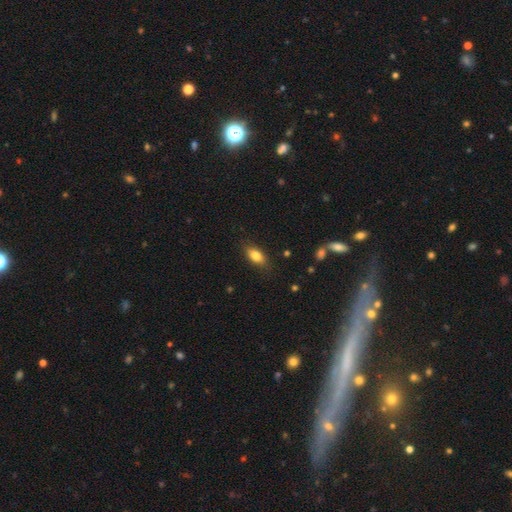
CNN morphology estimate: Smooth or featured: smooth — 82% (featured or disk — 11%)
How rounded: in between — 85% (cigar-shaped — 8%)
Merging: none — 83% (minor disturbance — 13%)